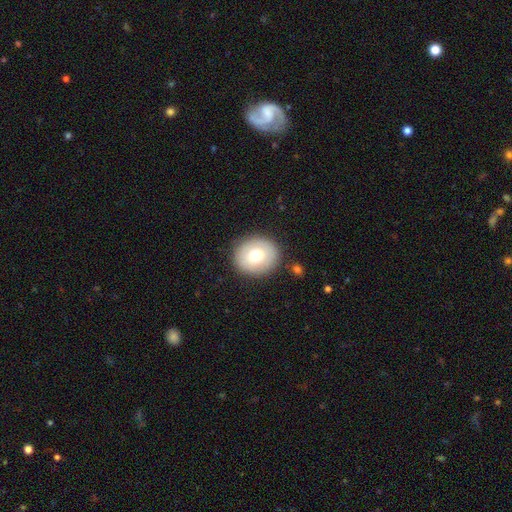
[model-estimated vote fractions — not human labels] Smooth or featured? smooth (69%)
How rounded? round (80%)
Merging? none (88%)